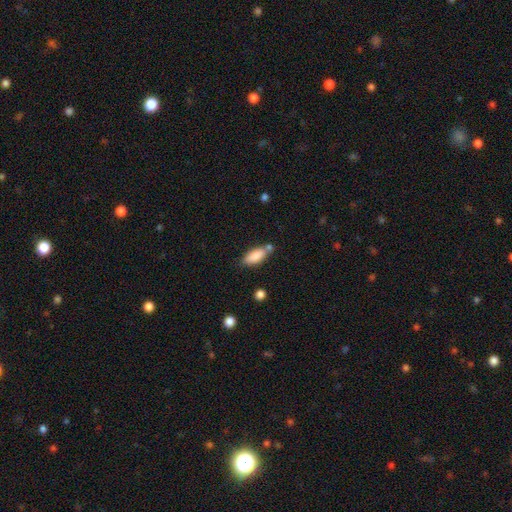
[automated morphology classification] This appears to be a smooth galaxy with no disk features (84%) that is in between round and cigar-shaped (80%). Merging: none (58%).